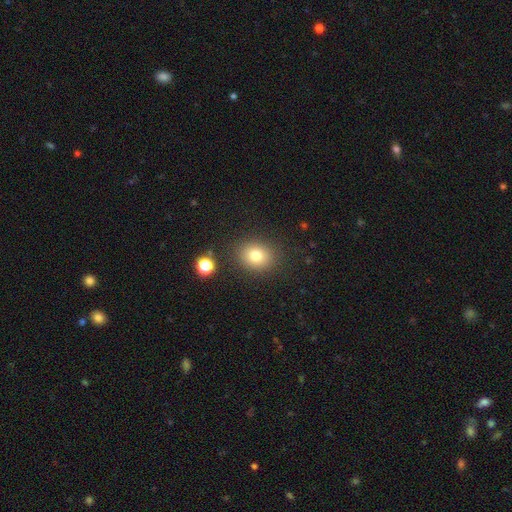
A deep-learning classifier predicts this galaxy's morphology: Smooth or featured? Predicted: smooth (p=0.79). How rounded? Predicted: round (p=0.65). Merging? Predicted: none (p=0.86).